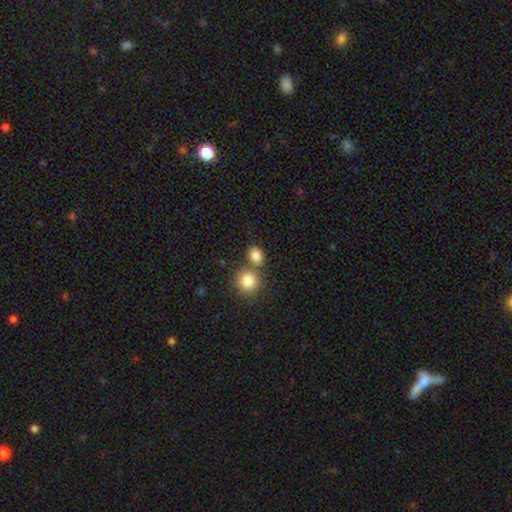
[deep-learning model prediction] Smooth or featured? smooth (84%)
How rounded? round (50%)
Merging? none (56%)